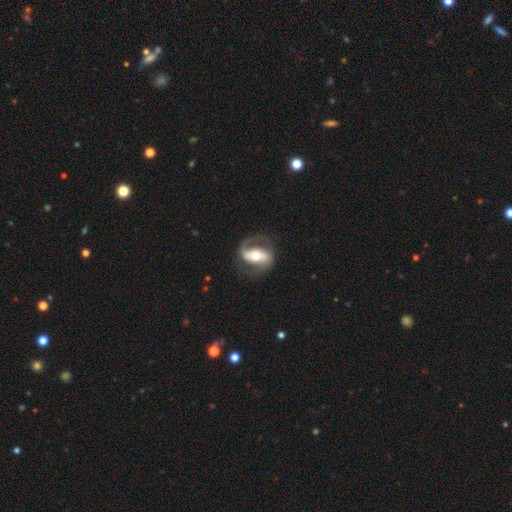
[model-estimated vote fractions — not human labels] Smooth or featured? Predicted: featured or disk (p=0.80). Edge-on disk? Predicted: no (p=0.95). Bar? Predicted: strong (p=0.51). Spiral arms? Predicted: yes (p=0.88). Spiral winding? Predicted: medium (p=0.46). Spiral arm count? Predicted: 2 (p=0.84). Bulge size? Predicted: moderate (p=0.69). Merging? Predicted: none (p=0.73).